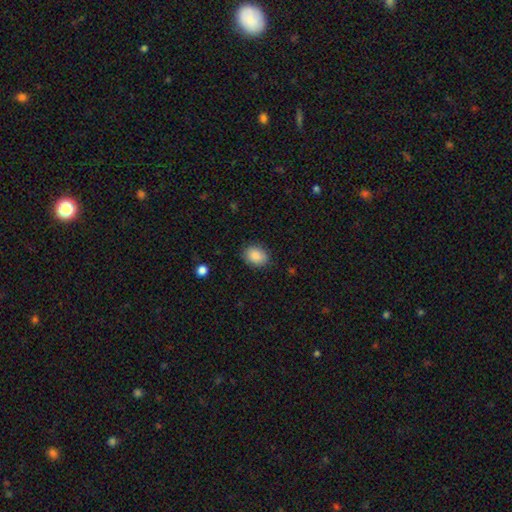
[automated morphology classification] Smooth or featured? smooth (88%)
How rounded? in between (64%)
Merging? none (85%)